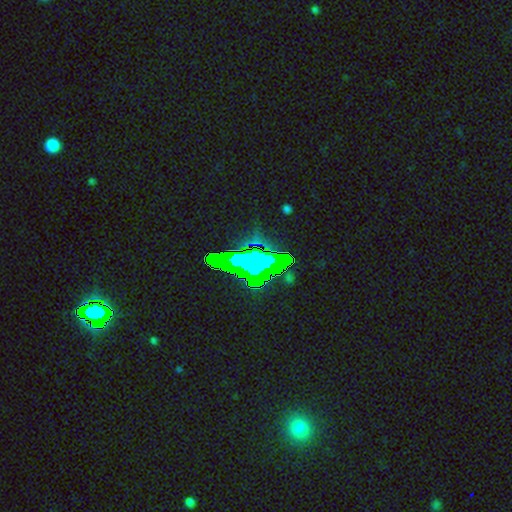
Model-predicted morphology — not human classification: star or artifact 64%, smooth 20%, featured or disk 16%.